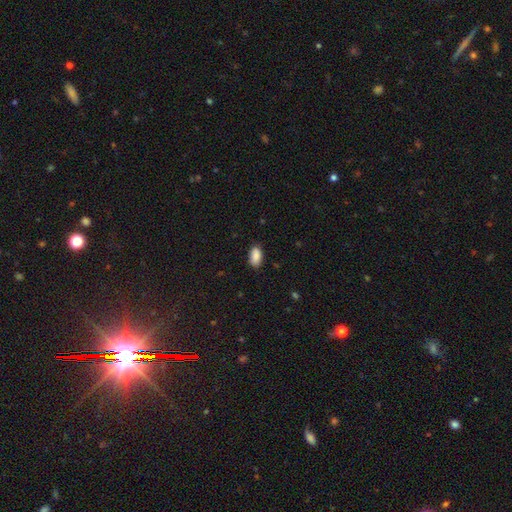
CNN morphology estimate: A smooth galaxy with no disk features (89%) that is in between round and cigar-shaped (94%).

Vote fractions:
- Smooth or featured? smooth: 89% / star or artifact: 7% / featured or disk: 4%
- How rounded? in between: 94% / round: 3% / cigar-shaped: 3%
- Merging? none: 86% / minor disturbance: 11% / major disturbance: 2% / merger: 1%